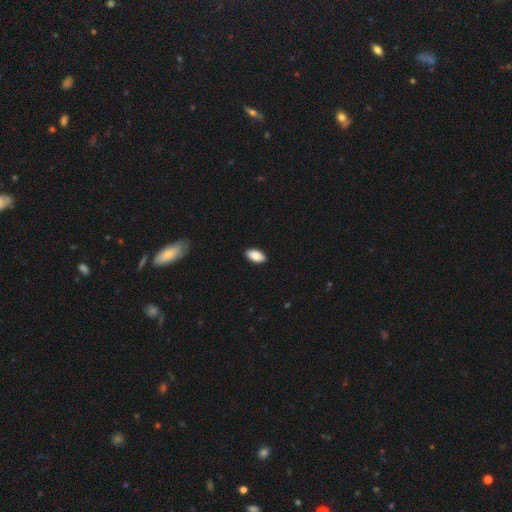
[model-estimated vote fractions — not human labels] Morphology: type=smooth (86%); roundness=in between (94%); merging=none (90%).